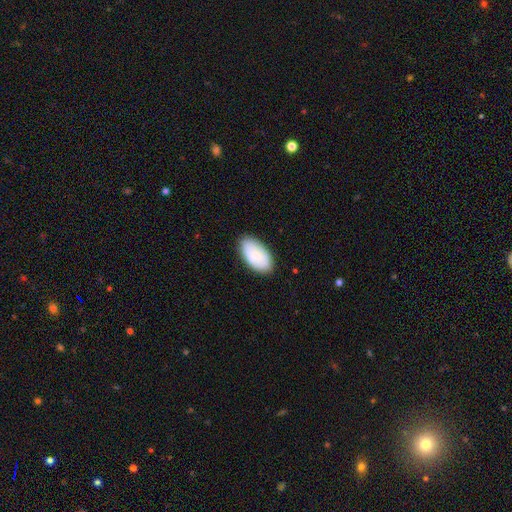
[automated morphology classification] Smooth or featured: smooth — 79% (featured or disk — 15%)
How rounded: in between — 95% (round — 3%)
Merging: none — 83% (minor disturbance — 14%)